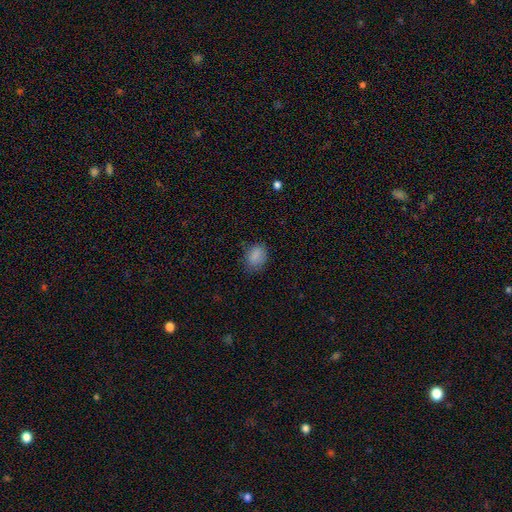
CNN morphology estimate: A smooth galaxy with no disk features (84%) that is in between round and cigar-shaped (74%). Merging: none (72%).